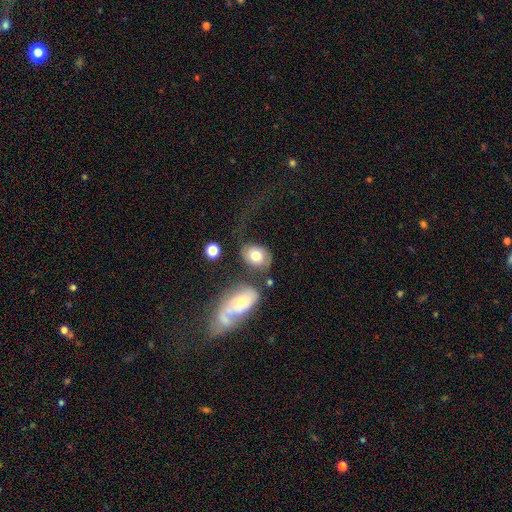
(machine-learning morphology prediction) type=smooth (72%); roundness=in between (70%); merging=none (46%).